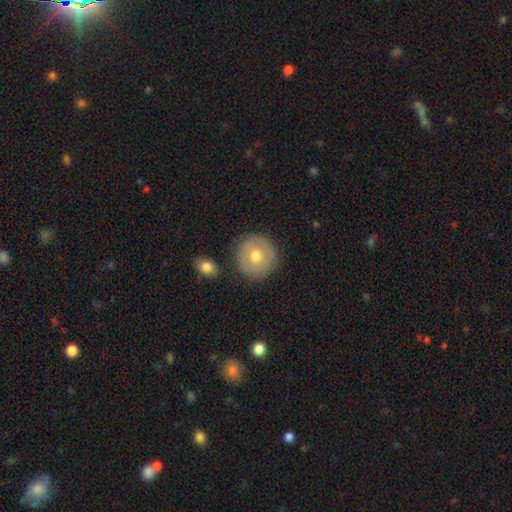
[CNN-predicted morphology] This appears to be a smooth galaxy with no disk features (61%) that is round (94%). Merging: none (86%).